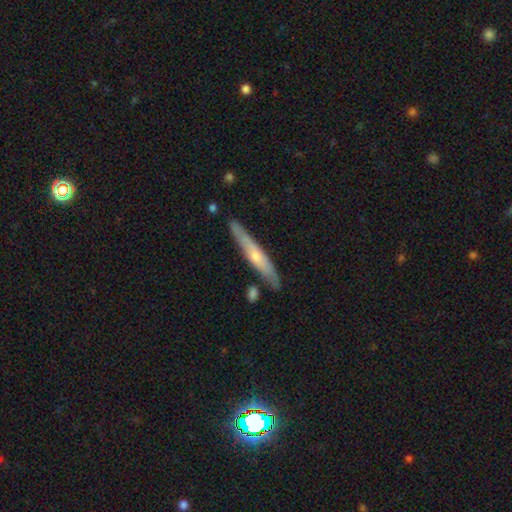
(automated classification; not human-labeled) Morphology: type=featured or disk (53%); edge-on=yes (87%); merging=none (82%).